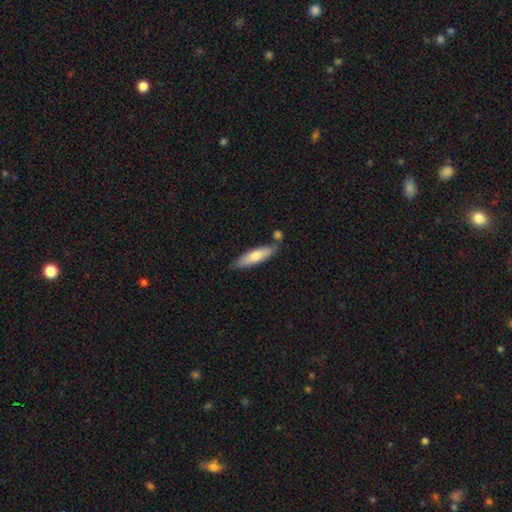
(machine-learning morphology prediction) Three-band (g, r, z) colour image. It shows a smooth galaxy with no disk features (72%) that is cigar-shaped (70%). Merging: none (75%).